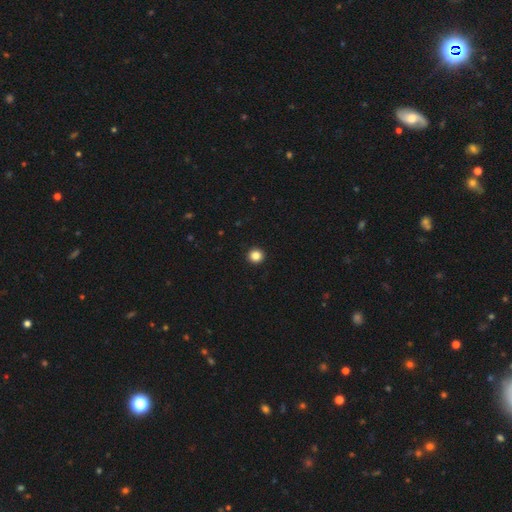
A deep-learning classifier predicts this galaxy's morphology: Q: Smooth or featured?
A: smooth (86%); runner-up: star or artifact (11%)
Q: How rounded?
A: round (94%); runner-up: in between (5%)
Q: Merging?
A: none (94%); runner-up: minor disturbance (3%)